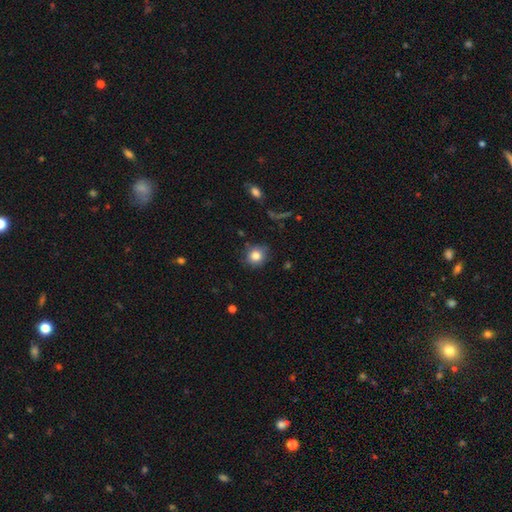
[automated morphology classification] Smooth or featured: smooth — 83% (star or artifact — 10%)
How rounded: round — 85% (in between — 14%)
Merging: none — 83% (minor disturbance — 12%)